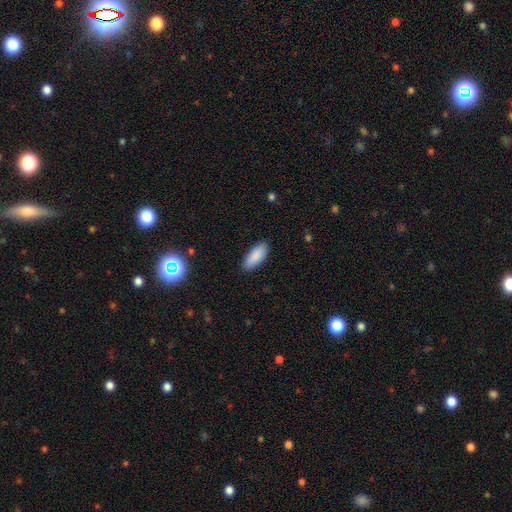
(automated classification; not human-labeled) Smooth or featured? Predicted: smooth (p=0.88). How rounded? Predicted: in between (p=0.80). Merging? Predicted: none (p=0.88).